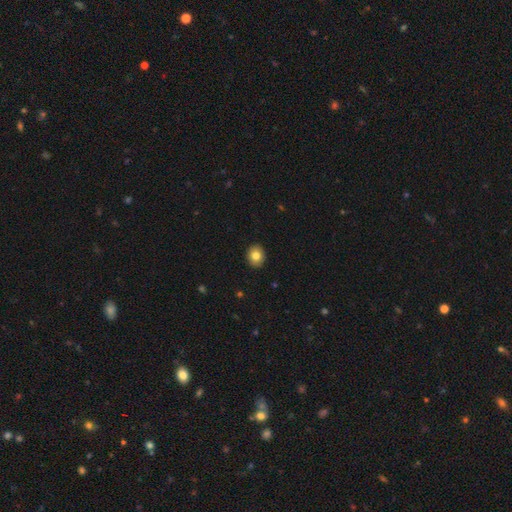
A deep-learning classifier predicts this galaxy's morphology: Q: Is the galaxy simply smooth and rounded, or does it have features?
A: smooth — 81%.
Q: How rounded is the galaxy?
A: round — 63%.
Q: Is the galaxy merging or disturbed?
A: none — 91%.